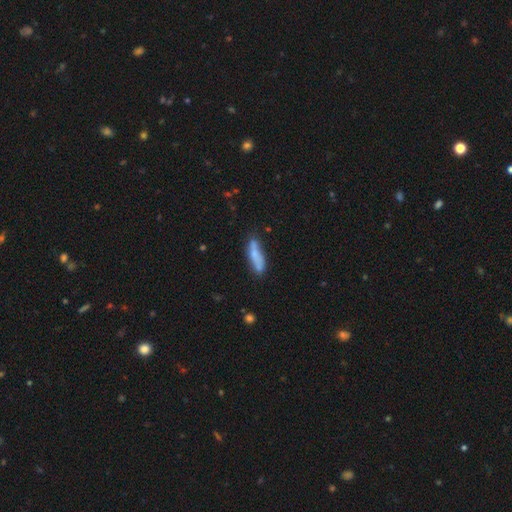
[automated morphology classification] Smooth or featured?
  - smooth: 65% *
  - featured or disk: 28%
  - star or artifact: 7%
How rounded?
  - cigar-shaped: 66% *
  - in between: 32%
  - round: 2%
Merging?
  - none: 65% *
  - minor disturbance: 21%
  - merger: 8%
  - major disturbance: 6%